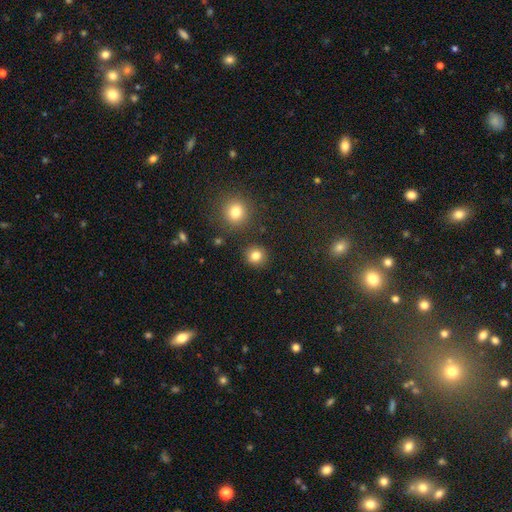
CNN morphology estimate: smooth-or-featured: smooth: 82% | star or artifact: 13% | featured or disk: 6%
  how-rounded: round: 90% | in between: 9% | cigar-shaped: 1%
  merging: none: 88% | minor disturbance: 6% | merger: 3% | major disturbance: 2%